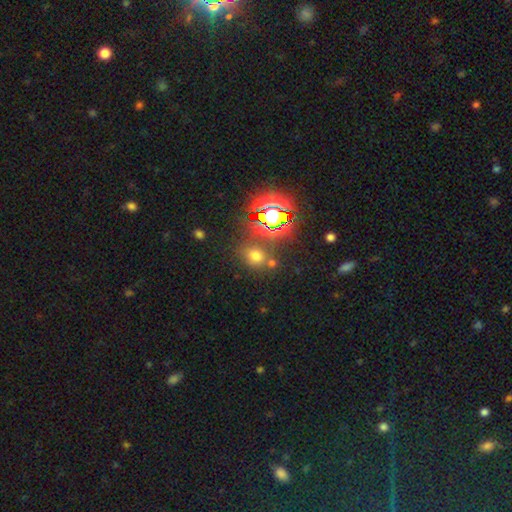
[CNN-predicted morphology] This appears to be a smooth galaxy with no disk features (56%) that is round (65%). Merging: none (74%).